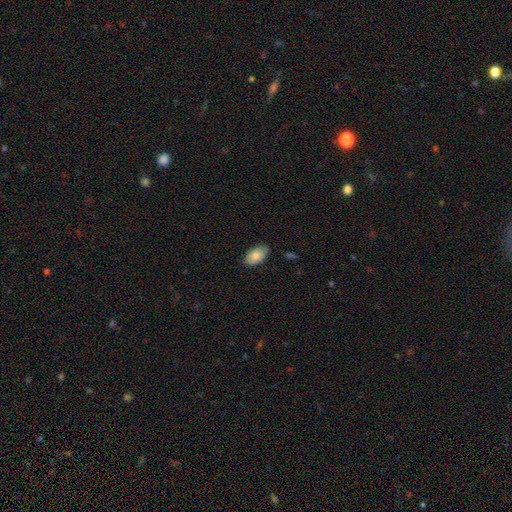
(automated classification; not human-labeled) Smooth or featured? smooth (81%)
How rounded? in between (94%)
Merging? none (82%)